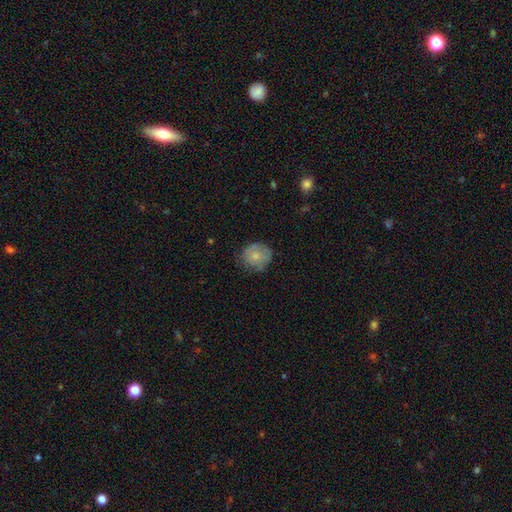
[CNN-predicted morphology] A smooth galaxy with no disk features (68%) that is round (80%). Merging: none (65%).